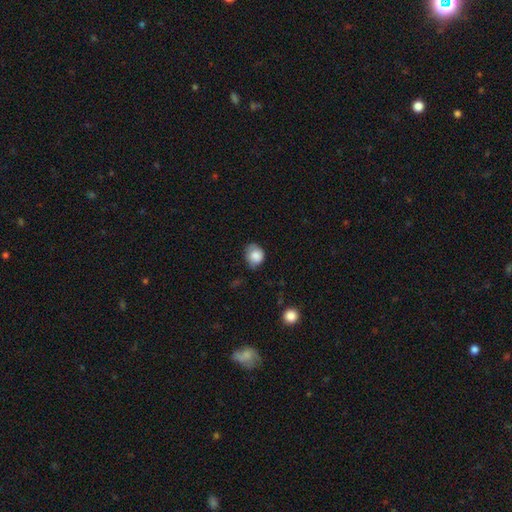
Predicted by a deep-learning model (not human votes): Morphology: type=smooth (84%); roundness=round (60%); merging=none (53%).